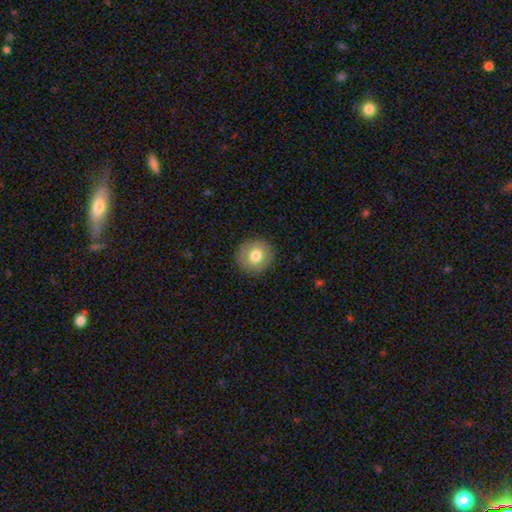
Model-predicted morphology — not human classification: type=smooth (75%); roundness=round (90%); merging=none (89%).